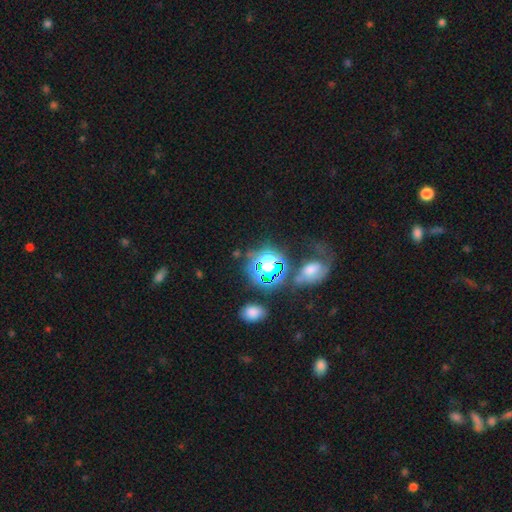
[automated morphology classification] A star or artifact, not a galaxy (58%).